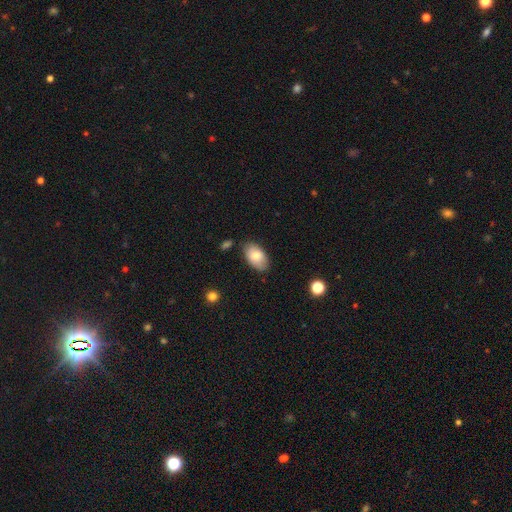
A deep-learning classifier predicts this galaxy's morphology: Smooth or featured?
  - smooth: 77% *
  - featured or disk: 16%
  - star or artifact: 7%
How rounded?
  - in between: 93% *
  - round: 6%
  - cigar-shaped: 1%
Merging?
  - none: 78% *
  - minor disturbance: 16%
  - major disturbance: 3%
  - merger: 3%